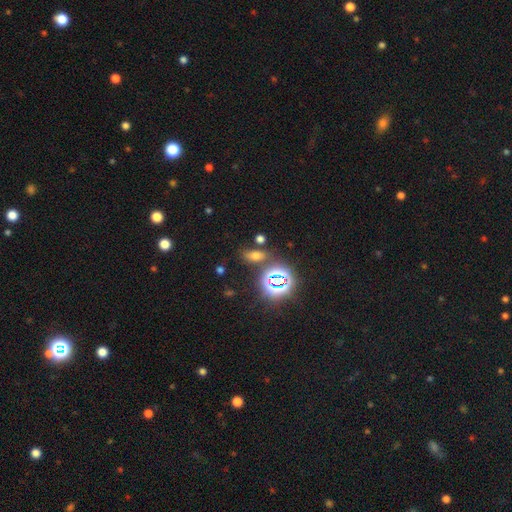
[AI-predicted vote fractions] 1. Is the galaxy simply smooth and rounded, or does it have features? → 52% smooth, 37% star or artifact, 10% featured or disk.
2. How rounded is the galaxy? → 76% in between, 14% round, 10% cigar-shaped.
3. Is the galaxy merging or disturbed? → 75% none, 12% minor disturbance, 8% merger, 5% major disturbance.